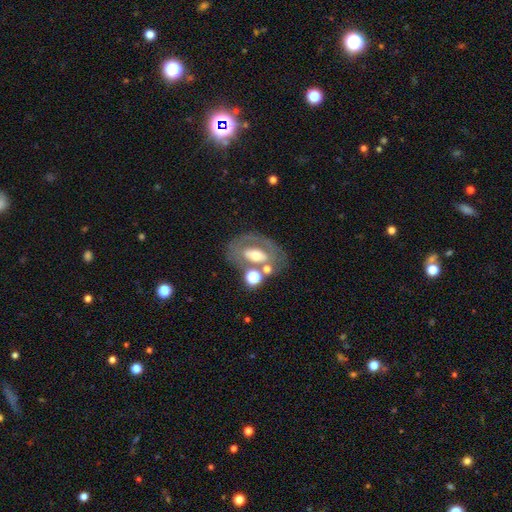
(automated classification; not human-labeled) smooth_or_featured: featured or disk (p=0.58) [alt: smooth p=0.32]
disk_edge_on: no (p=0.92) [alt: yes p=0.08]
bar: no (p=0.62) [alt: weak p=0.21]
has_spiral_arms: no (p=0.74) [alt: yes p=0.26]
bulge_size: moderate (p=0.55) [alt: small p=0.22]
merging: none (p=0.53) [alt: merger p=0.17]